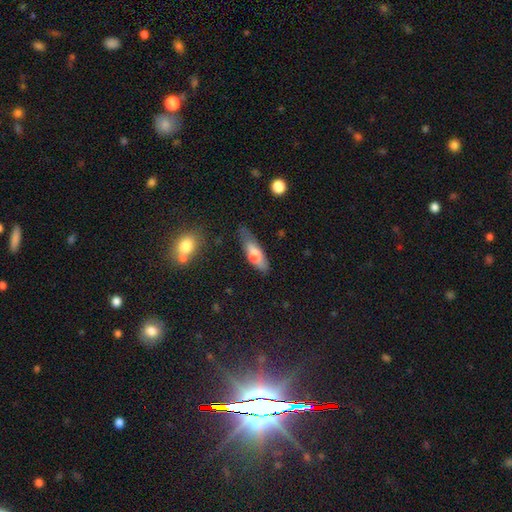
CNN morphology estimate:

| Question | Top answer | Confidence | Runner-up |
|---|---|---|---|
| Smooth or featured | smooth | 63% | featured or disk (30%) |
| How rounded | in between | 53% | cigar-shaped (44%) |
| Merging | none | 66% | minor disturbance (25%) |